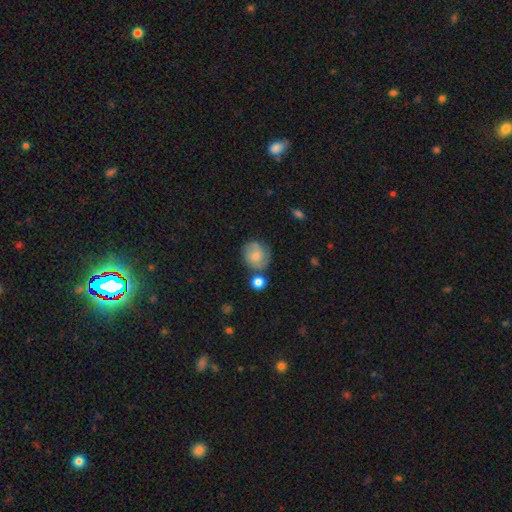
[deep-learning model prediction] Morphology: type=smooth (55%); roundness=round (79%); merging=none (65%).